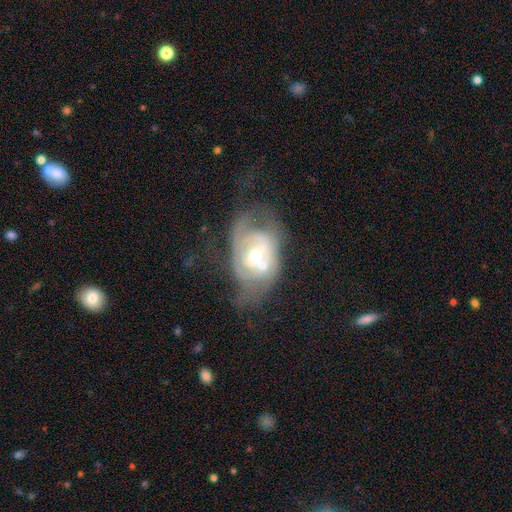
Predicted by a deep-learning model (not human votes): Smooth or featured: featured or disk — 79% (smooth — 14%)
Edge-on disk: no — 96% (yes — 4%)
Bar: no — 53% (weak — 35%)
Spiral arms: yes — 78% (no — 22%)
Spiral winding: tight — 44% (medium — 38%)
Spiral arm count: 2 — 48% (can't tell — 33%)
Bulge size: moderate — 55% (small — 39%)
Merging: merger — 37% (none — 26%)